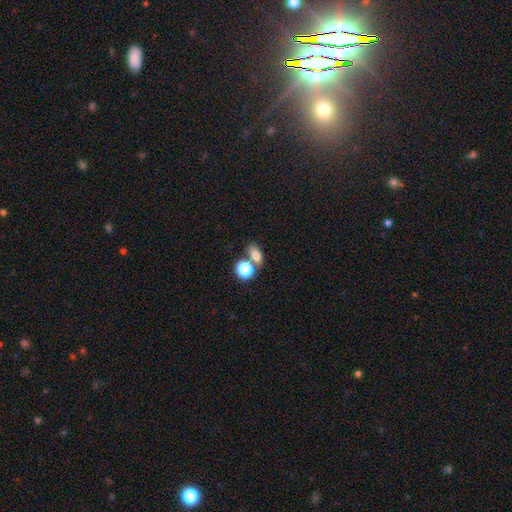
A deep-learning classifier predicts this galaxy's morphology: Overall: smooth (74%). How rounded: in between (72%). Merging: none (56%; merger 28%).